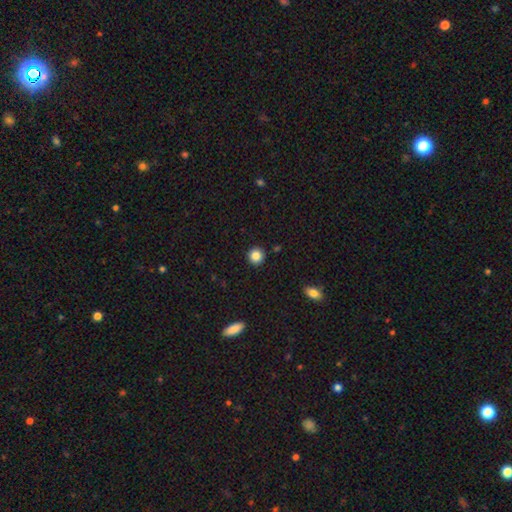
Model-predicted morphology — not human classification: Smooth or featured? Predicted: smooth (p=0.85). How rounded? Predicted: round (p=0.94). Merging? Predicted: none (p=0.92).